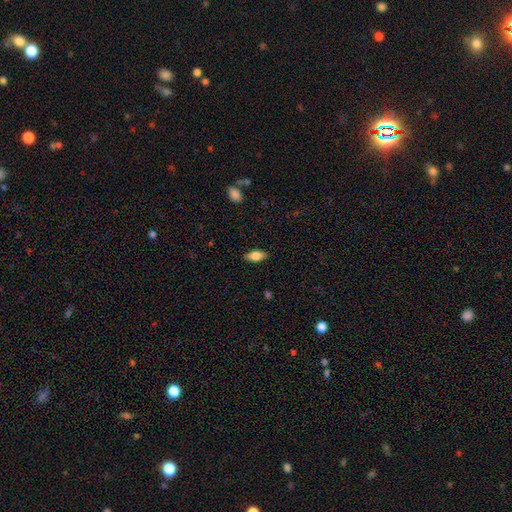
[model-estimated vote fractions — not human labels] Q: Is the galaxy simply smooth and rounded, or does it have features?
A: smooth — 80%.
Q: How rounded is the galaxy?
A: in between — 86%.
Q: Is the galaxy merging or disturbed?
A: none — 87%.